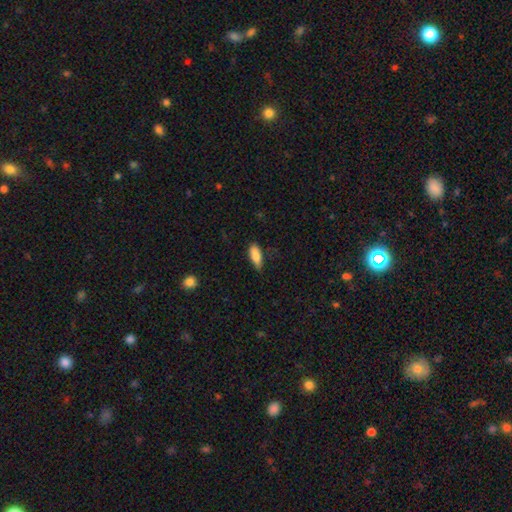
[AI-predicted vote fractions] Smooth or featured? Predicted: smooth (p=0.84). How rounded? Predicted: in between (p=0.74). Merging? Predicted: none (p=0.67).